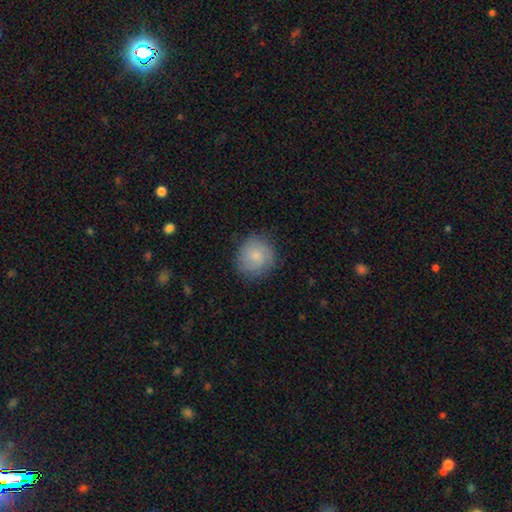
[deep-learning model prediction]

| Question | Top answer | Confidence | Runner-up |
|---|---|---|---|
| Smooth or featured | smooth | 73% | featured or disk (20%) |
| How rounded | round | 89% | in between (10%) |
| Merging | none | 81% | minor disturbance (14%) |